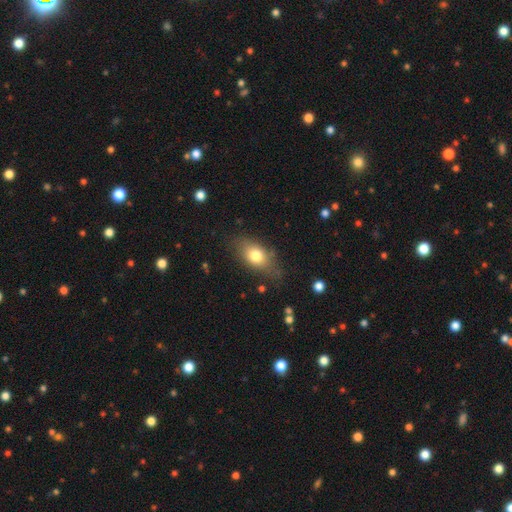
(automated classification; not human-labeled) Smooth or featured?
  - smooth: 75% *
  - featured or disk: 17%
  - star or artifact: 8%
How rounded?
  - in between: 80% *
  - round: 13%
  - cigar-shaped: 6%
Merging?
  - none: 71% *
  - minor disturbance: 21%
  - major disturbance: 7%
  - merger: 2%